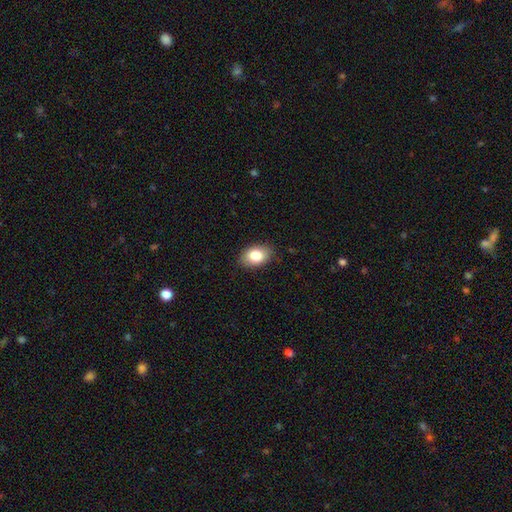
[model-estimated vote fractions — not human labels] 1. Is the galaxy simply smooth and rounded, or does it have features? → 82% smooth, 10% featured or disk, 8% star or artifact.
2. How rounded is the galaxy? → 86% in between, 13% round, 1% cigar-shaped.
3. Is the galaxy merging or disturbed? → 86% none, 11% minor disturbance, 2% major disturbance, 1% merger.